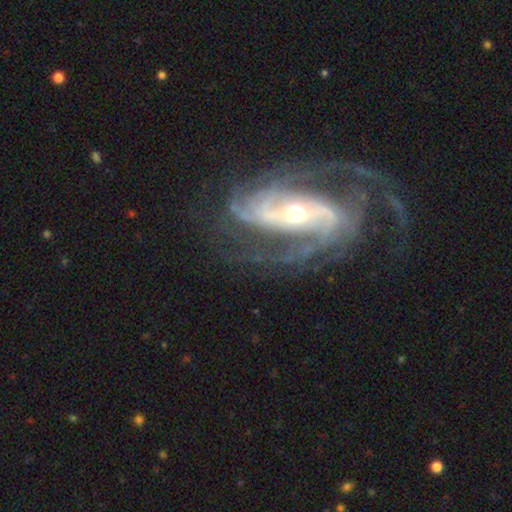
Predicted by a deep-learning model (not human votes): Morphology: type=featured or disk (92%); edge-on=no (96%); bar=strong (46%); spiral arms=yes (98%); winding=medium (47%); arm count=2 (46%); bulge=moderate (50%); merging=none (67%).